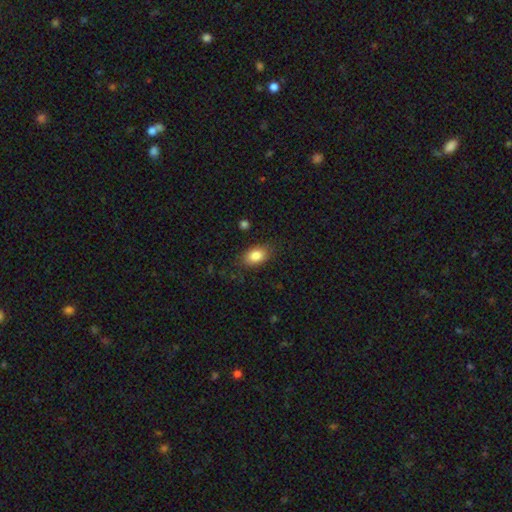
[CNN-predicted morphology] Q: Smooth or featured?
A: smooth (85%); runner-up: star or artifact (8%)
Q: How rounded?
A: in between (85%); runner-up: round (13%)
Q: Merging?
A: none (82%); runner-up: minor disturbance (13%)